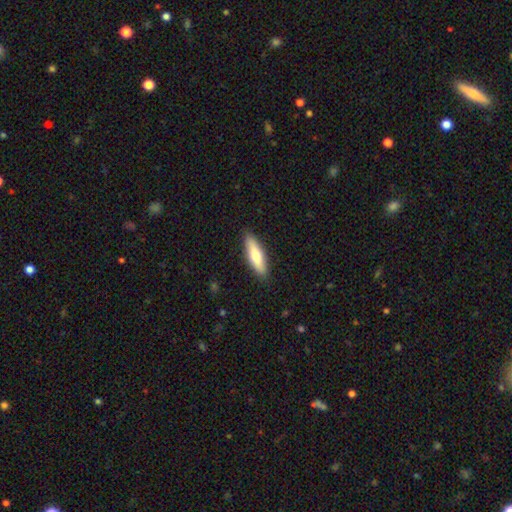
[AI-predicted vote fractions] Smooth or featured? Predicted: smooth (p=0.65). How rounded? Predicted: cigar-shaped (p=0.65). Merging? Predicted: none (p=0.89).